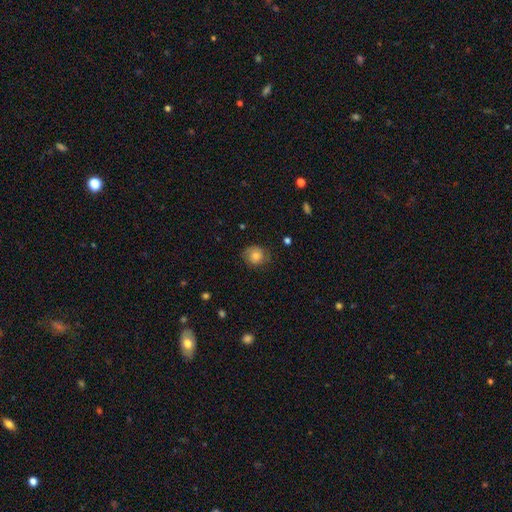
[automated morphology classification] Q: Smooth or featured?
A: smooth (66%); runner-up: featured or disk (24%)
Q: How rounded?
A: round (78%); runner-up: in between (21%)
Q: Merging?
A: none (73%); runner-up: minor disturbance (20%)